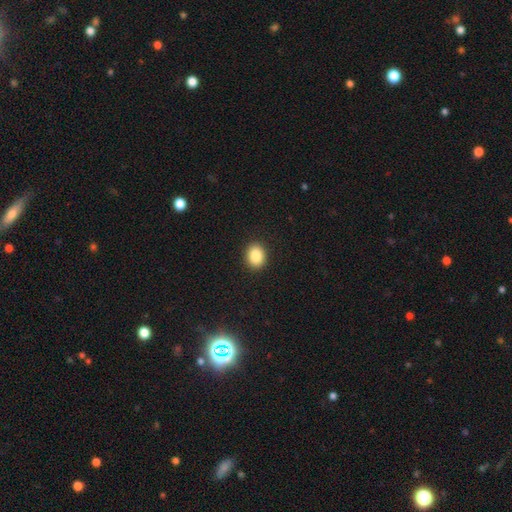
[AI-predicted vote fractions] Smooth or featured? Predicted: smooth (p=0.88). How rounded? Predicted: in between (p=0.52). Merging? Predicted: none (p=0.90).